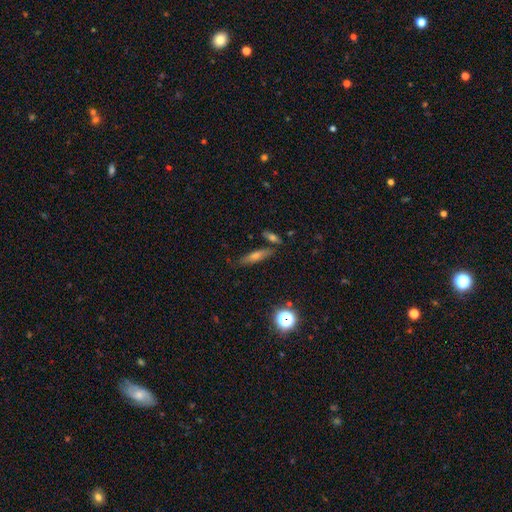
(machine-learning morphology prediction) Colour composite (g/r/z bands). It shows a smooth galaxy with no disk features (46%). Merging: none (78%).